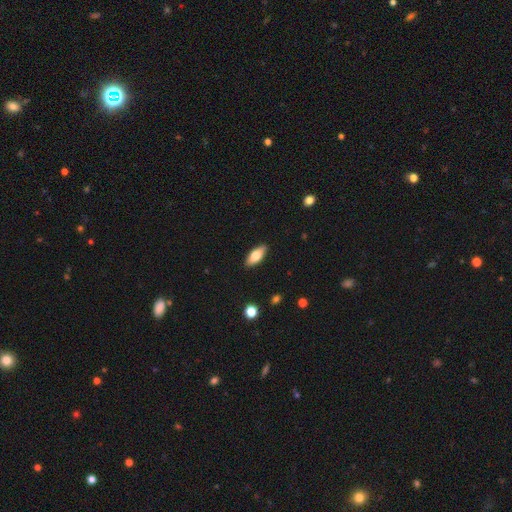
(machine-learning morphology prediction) smooth_or_featured: smooth (p=0.73) [alt: featured or disk p=0.21]
how_rounded: in between (p=0.80) [alt: cigar-shaped p=0.18]
merging: none (p=0.89) [alt: minor disturbance p=0.09]